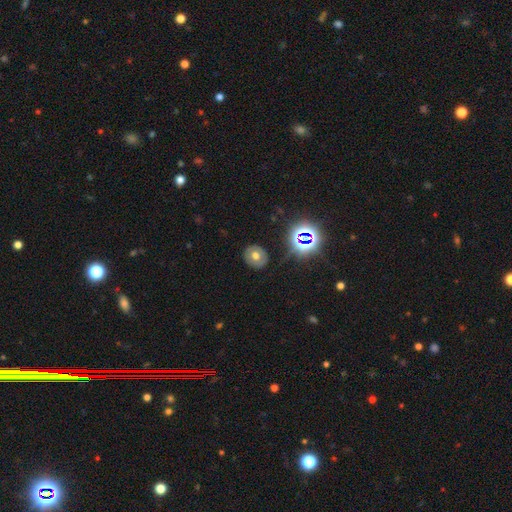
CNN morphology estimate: A smooth galaxy with no disk features (53%) that is round (76%). Merging: none (83%).